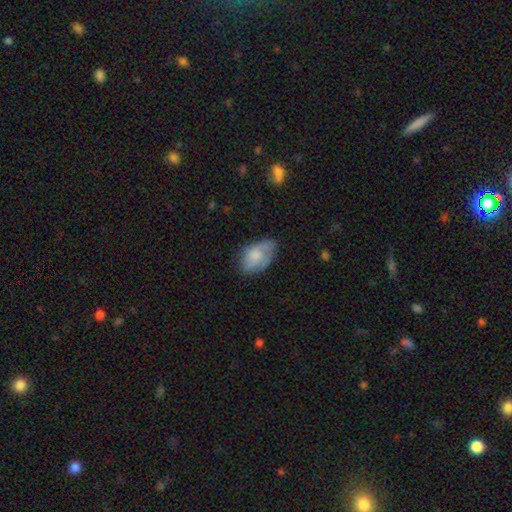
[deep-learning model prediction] Morphology: type=smooth (68%); roundness=in between (91%); merging=none (57%).